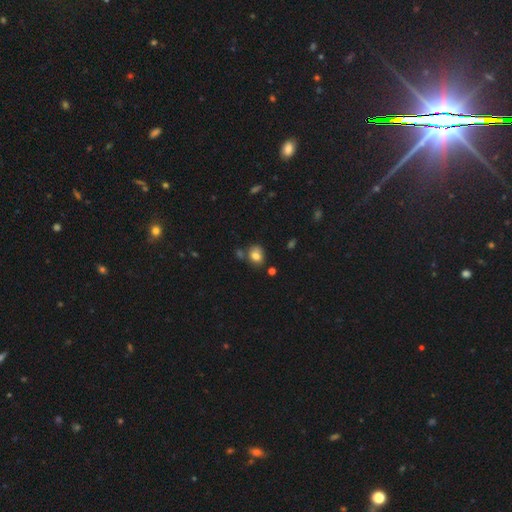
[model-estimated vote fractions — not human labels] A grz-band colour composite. It shows a smooth galaxy with no disk features (80%) that is in between round and cigar-shaped (50%). Merging: none (64%).